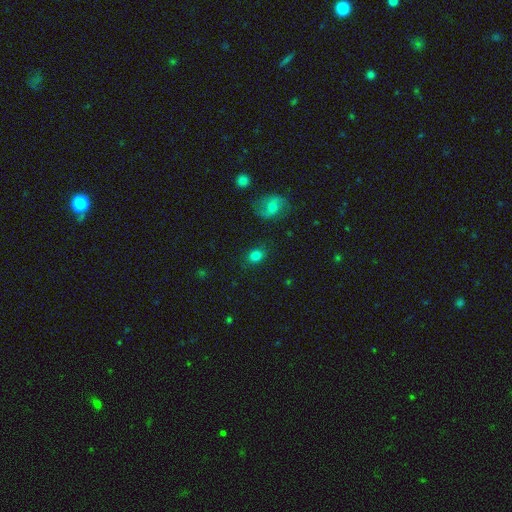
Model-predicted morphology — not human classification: Smooth or featured?
  - smooth: 81% *
  - star or artifact: 11%
  - featured or disk: 8%
How rounded?
  - round: 52% *
  - in between: 47%
  - cigar-shaped: 1%
Merging?
  - none: 84% *
  - minor disturbance: 11%
  - major disturbance: 3%
  - merger: 2%